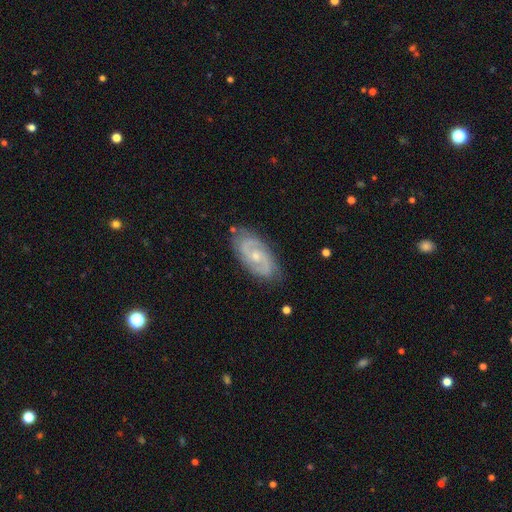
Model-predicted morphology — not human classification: A featured or disk galaxy (85%) with no bar (56%), 2 (87%) medium (48%) spiral arms (96%) and a small central bulge (55%).

Vote fractions:
- Smooth or featured? featured or disk: 85% / smooth: 10% / star or artifact: 5%
- Edge-on disk? no: 96% / yes: 4%
- Bar? no: 56% / weak: 37% / strong: 7%
- Spiral arms? yes: 96% / no: 4%
- Spiral winding? medium: 48% / tight: 38% / loose: 14%
- Spiral arm count? 2: 87% / can't tell: 6% / 3: 3% / 1: 1% / 4: 1% / more than 4: 1%
- Bulge size? small: 55% / moderate: 40% / none: 3% / large: 1% / dominant: 1%
- Merging? none: 81% / minor disturbance: 14% / major disturbance: 3% / merger: 1%